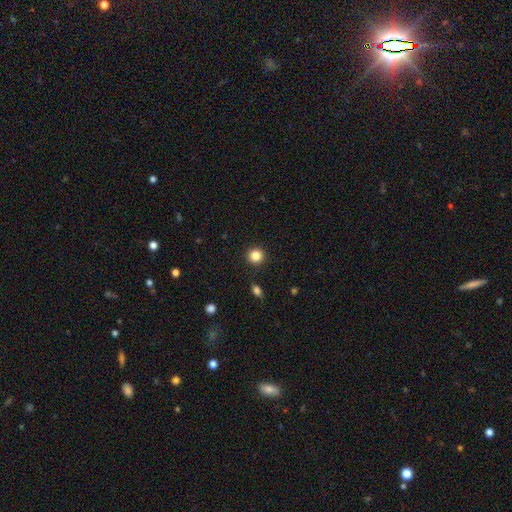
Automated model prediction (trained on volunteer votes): Q: Smooth or featured?
A: smooth (84%); runner-up: star or artifact (11%)
Q: How rounded?
A: round (94%); runner-up: in between (5%)
Q: Merging?
A: none (92%); runner-up: minor disturbance (5%)